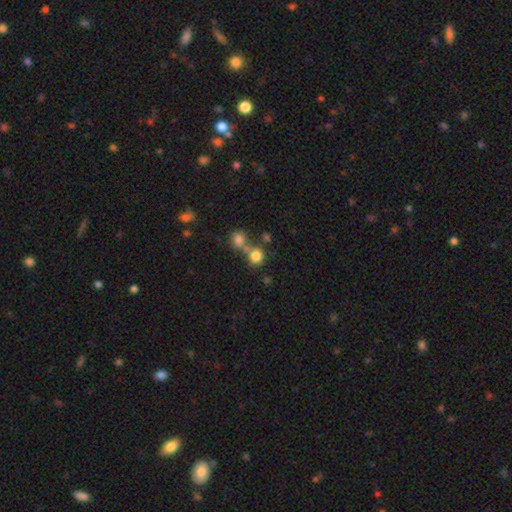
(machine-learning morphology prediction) type=smooth (79%); roundness=round (87%); merging=none (54%).